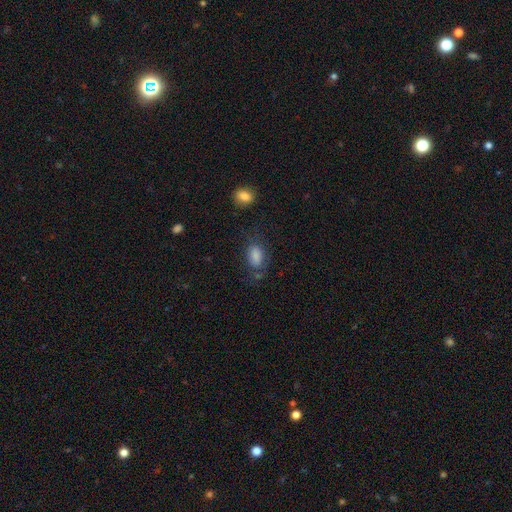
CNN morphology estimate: A smooth galaxy with no disk features (81%) that is in between round and cigar-shaped (88%).

Vote fractions:
- Smooth or featured? smooth: 81% / featured or disk: 10% / star or artifact: 9%
- How rounded? in between: 88% / round: 10% / cigar-shaped: 2%
- Merging? none: 60% / minor disturbance: 21% / major disturbance: 13% / merger: 6%